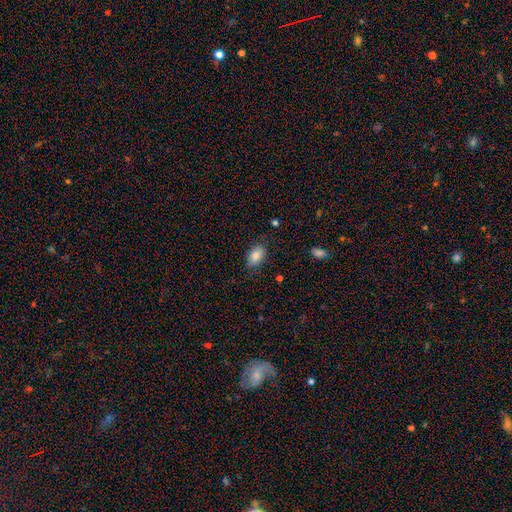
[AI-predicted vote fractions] Morphology: type=smooth (85%); roundness=in between (91%); merging=none (81%).